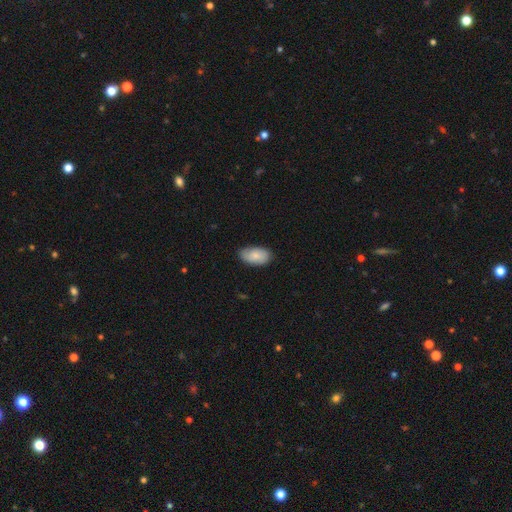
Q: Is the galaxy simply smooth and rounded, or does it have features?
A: smooth — 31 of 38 (82%).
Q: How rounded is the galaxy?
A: in between — 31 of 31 (100%).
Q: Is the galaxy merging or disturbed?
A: none — 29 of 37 (78%).